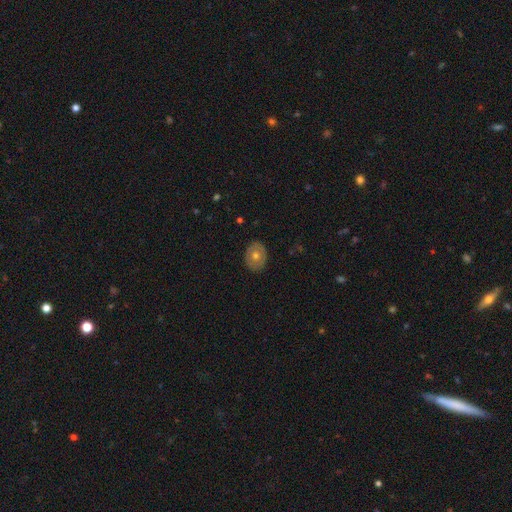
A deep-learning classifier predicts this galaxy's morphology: smooth 56%, featured or disk 36%, star or artifact 8%. Down the decision tree: how rounded — in between (58%); merging — none (88%).